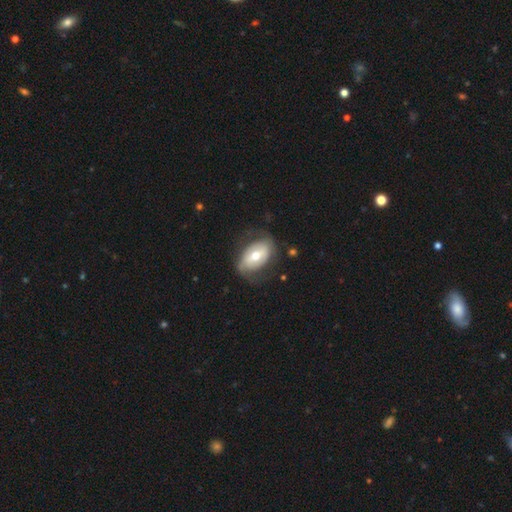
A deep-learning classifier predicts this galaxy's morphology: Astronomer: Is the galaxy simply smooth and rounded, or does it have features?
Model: featured or disk — 52% (runner-up: smooth, 42%).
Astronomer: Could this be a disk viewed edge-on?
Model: no — 92%.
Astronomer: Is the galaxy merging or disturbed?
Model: none — 63%.